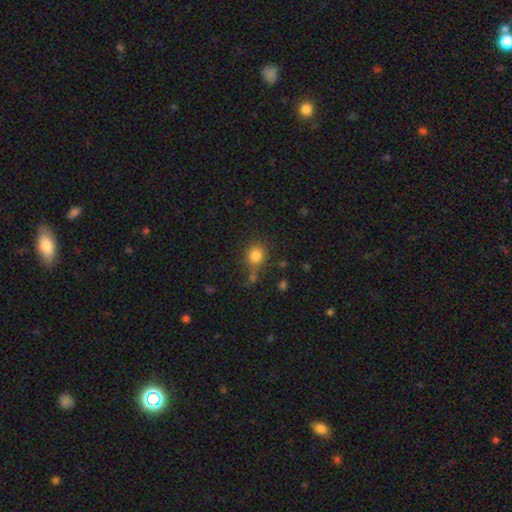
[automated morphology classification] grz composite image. It shows a smooth galaxy with no disk features (82%) that is round (78%). Merging: none (61%).